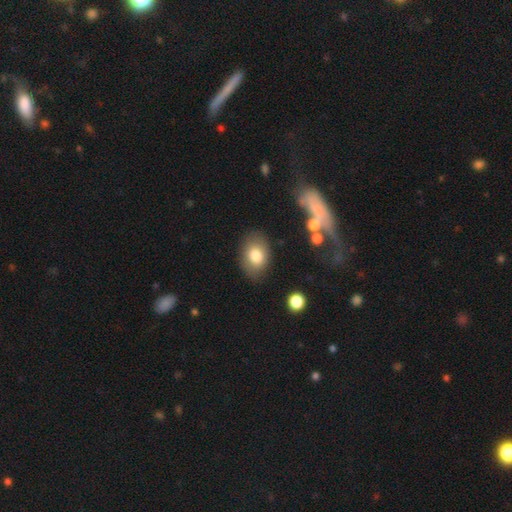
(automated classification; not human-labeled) Smooth or featured: smooth — 79% (featured or disk — 13%)
How rounded: in between — 79% (round — 20%)
Merging: none — 80% (minor disturbance — 14%)